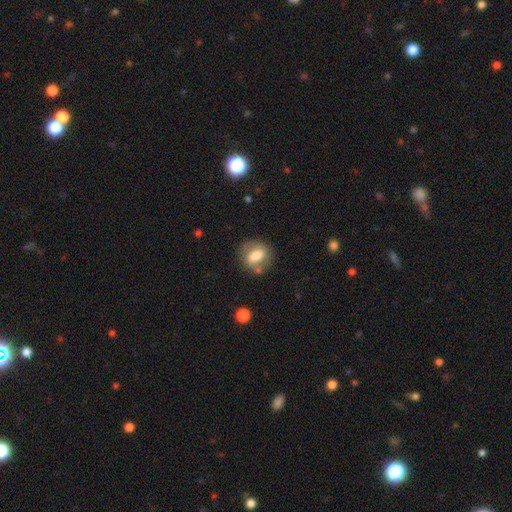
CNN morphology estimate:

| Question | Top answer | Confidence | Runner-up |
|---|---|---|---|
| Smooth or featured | smooth | 58% | featured or disk (35%) |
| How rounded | in between | 52% | round (45%) |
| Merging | none | 67% | minor disturbance (19%) |